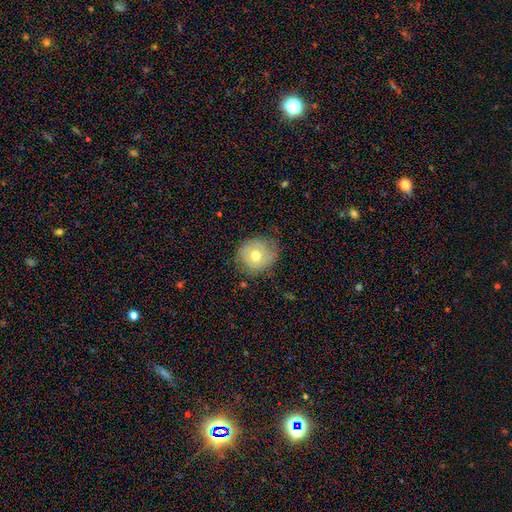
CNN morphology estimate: Q: Smooth or featured?
A: smooth (56%); runner-up: featured or disk (35%)
Q: How rounded?
A: round (85%); runner-up: in between (14%)
Q: Merging?
A: none (69%); runner-up: minor disturbance (23%)